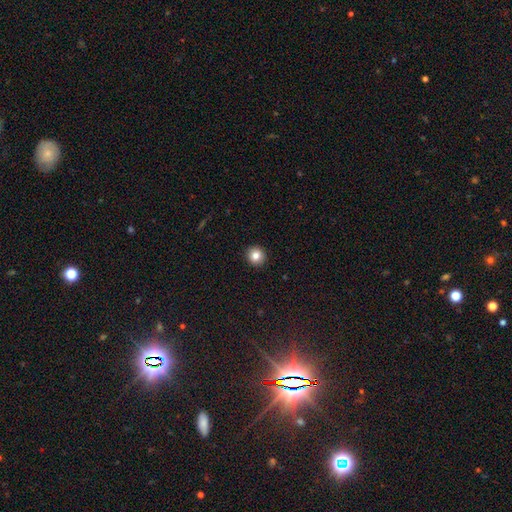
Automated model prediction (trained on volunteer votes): Smooth or featured: smooth — 83% (star or artifact — 10%)
How rounded: round — 93% (in between — 6%)
Merging: none — 93% (minor disturbance — 4%)